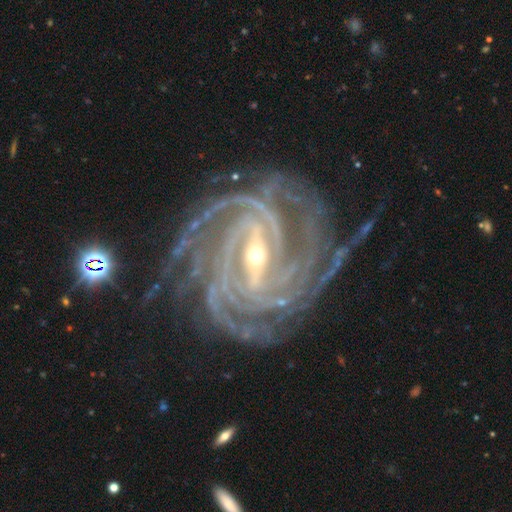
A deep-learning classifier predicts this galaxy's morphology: Smooth or featured? Predicted: featured or disk (p=0.94). Edge-on disk? Predicted: no (p=0.98). Bar? Predicted: strong (p=0.66). Spiral arms? Predicted: yes (p=0.99). Spiral winding? Predicted: tight (p=0.81). Spiral arm count? Predicted: 4 (p=0.34). Bulge size? Predicted: small (p=0.59). Merging? Predicted: none (p=0.80).